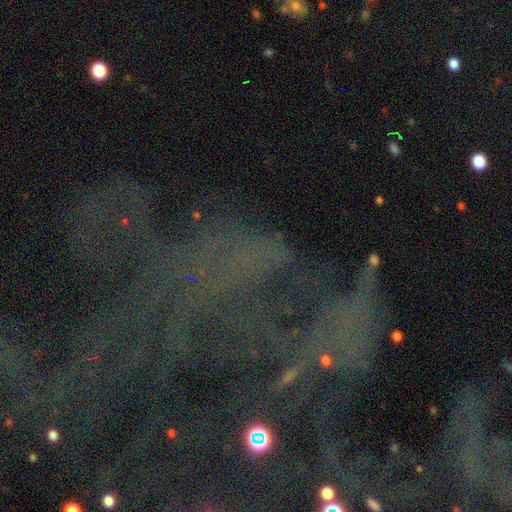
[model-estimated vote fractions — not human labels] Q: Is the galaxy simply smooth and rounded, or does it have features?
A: star or artifact — 72%.